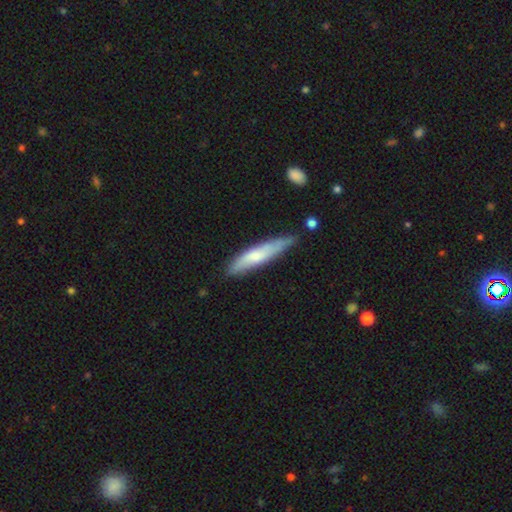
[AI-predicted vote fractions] Smooth or featured: smooth — 56% (featured or disk — 38%)
How rounded: cigar-shaped — 85% (in between — 13%)
Merging: none — 68% (minor disturbance — 25%)